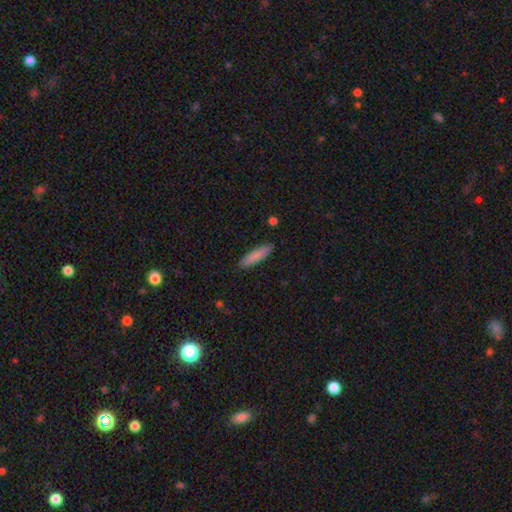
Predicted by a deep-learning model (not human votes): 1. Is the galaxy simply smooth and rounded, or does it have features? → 83% smooth, 11% featured or disk, 6% star or artifact.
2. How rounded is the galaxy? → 76% cigar-shaped, 23% in between, 1% round.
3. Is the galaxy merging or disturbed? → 89% none, 8% minor disturbance, 2% major disturbance, 1% merger.